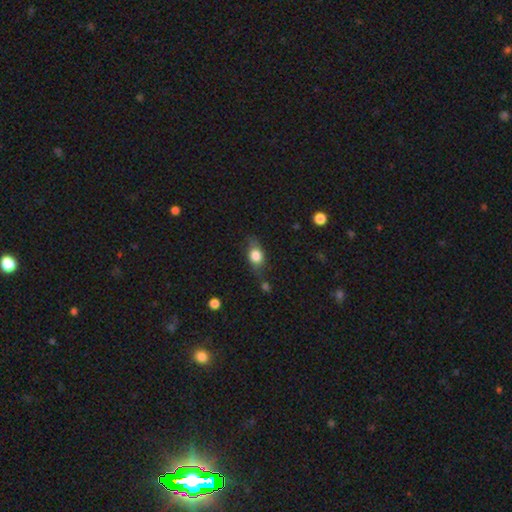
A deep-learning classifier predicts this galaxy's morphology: This appears to be a smooth galaxy with no disk features (75%) that is in between round and cigar-shaped (68%). Merging: none (63%).